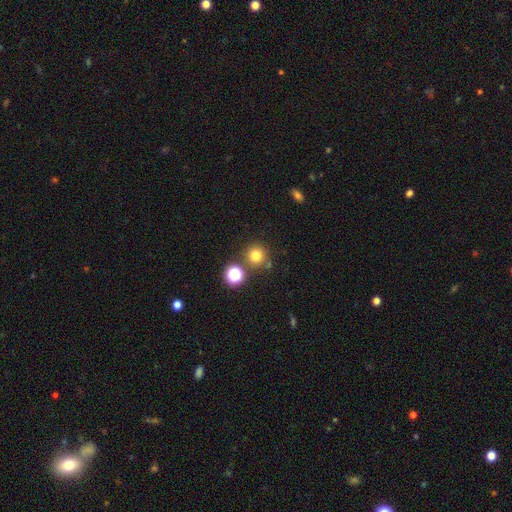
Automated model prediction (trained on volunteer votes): This appears to be a smooth galaxy with no disk features (75%) that is round (94%). Merging: none (79%).